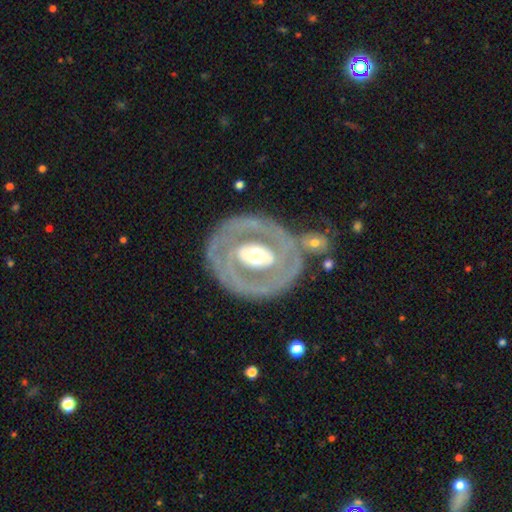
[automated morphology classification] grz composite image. It shows a featured or disk galaxy (78%) with no bar (49%), no spiral arms (52%) and a moderate central bulge (68%). Merging: none (68%).